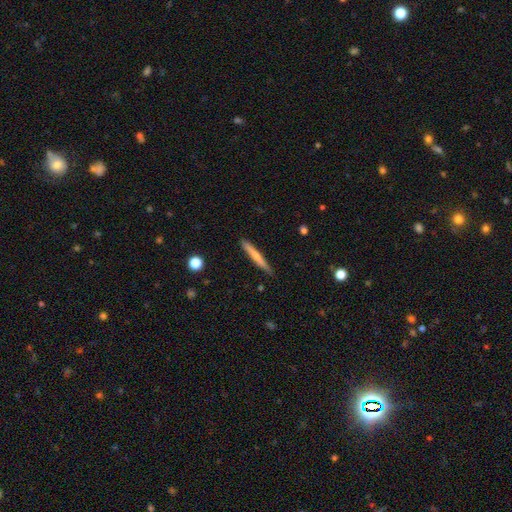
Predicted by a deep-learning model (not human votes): This appears to be a smooth galaxy with no disk features (57%) that is cigar-shaped (95%). Merging: none (87%).